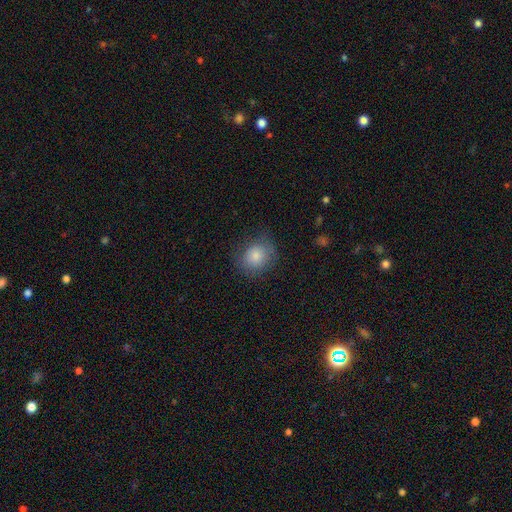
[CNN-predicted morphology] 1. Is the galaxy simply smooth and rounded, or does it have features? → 83% smooth, 9% featured or disk, 8% star or artifact.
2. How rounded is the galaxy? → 75% round, 24% in between, 1% cigar-shaped.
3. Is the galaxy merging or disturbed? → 74% none, 19% minor disturbance, 7% major disturbance, 1% merger.